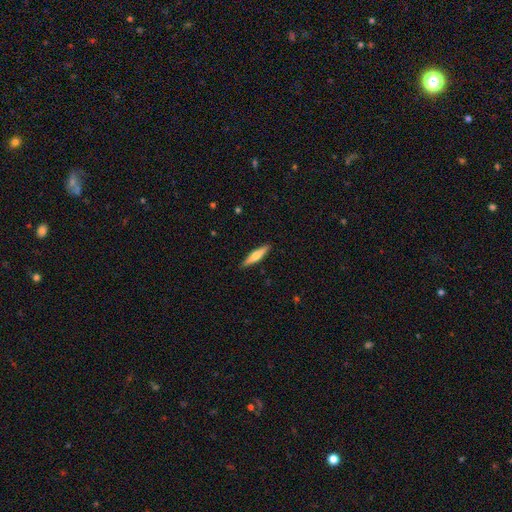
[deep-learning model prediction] Morphology: type=smooth (51%); roundness=cigar-shaped (86%); merging=none (90%).